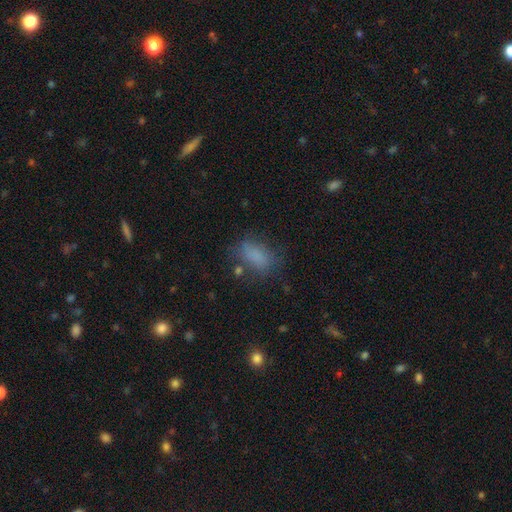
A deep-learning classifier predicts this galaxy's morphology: A smooth galaxy with no disk features (80%) that is in between round and cigar-shaped (86%). Merging: none (66%).